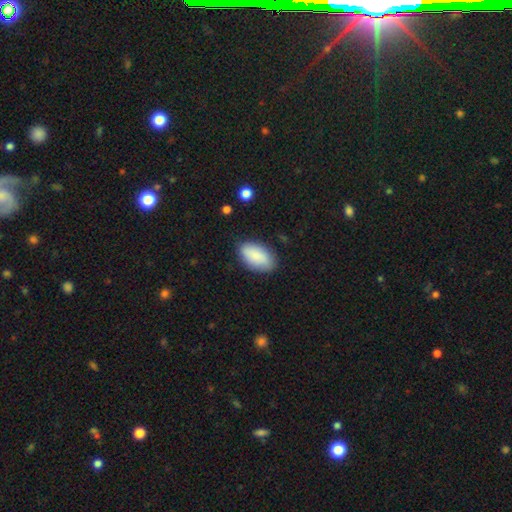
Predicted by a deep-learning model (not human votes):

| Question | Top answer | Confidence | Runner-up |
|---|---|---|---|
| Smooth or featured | smooth | 87% | featured or disk (7%) |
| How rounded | in between | 94% | round (3%) |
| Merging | none | 81% | minor disturbance (14%) |